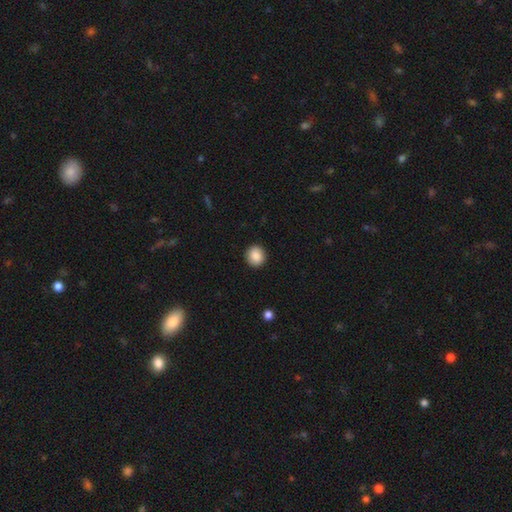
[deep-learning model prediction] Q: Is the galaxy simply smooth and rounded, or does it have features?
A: smooth — 88%.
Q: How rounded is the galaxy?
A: round — 86%.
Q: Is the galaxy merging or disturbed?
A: none — 91%.